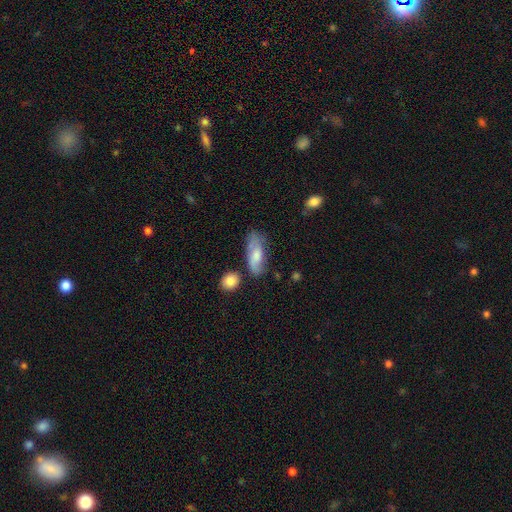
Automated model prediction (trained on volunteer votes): Smooth or featured: smooth — 62% (featured or disk — 32%)
How rounded: in between — 78% (cigar-shaped — 19%)
Merging: none — 54% (minor disturbance — 28%)